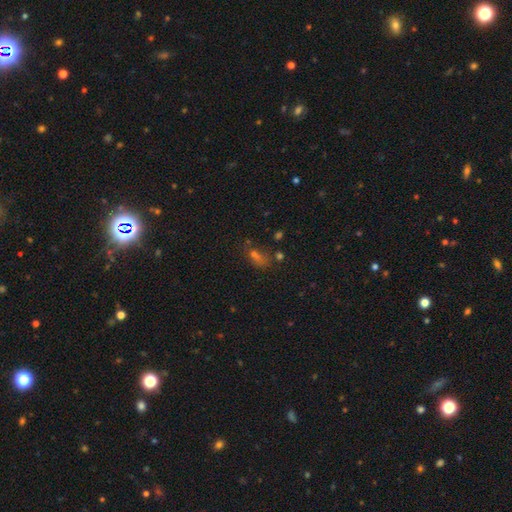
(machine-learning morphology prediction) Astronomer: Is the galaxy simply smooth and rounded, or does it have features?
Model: smooth — 48% (runner-up: star or artifact, 36%).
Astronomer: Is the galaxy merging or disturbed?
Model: none — 54%.